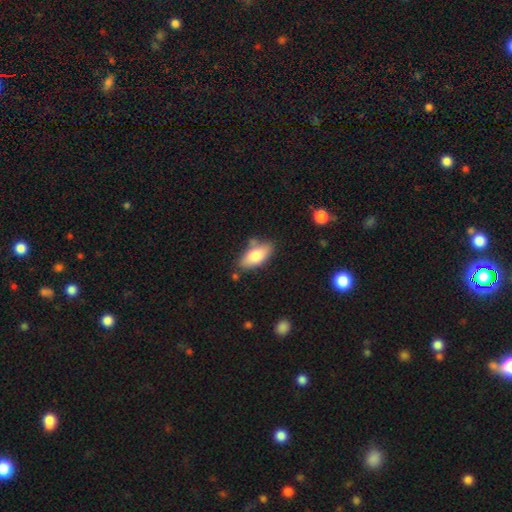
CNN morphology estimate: Smooth or featured? smooth (81%)
How rounded? in between (87%)
Merging? none (70%)